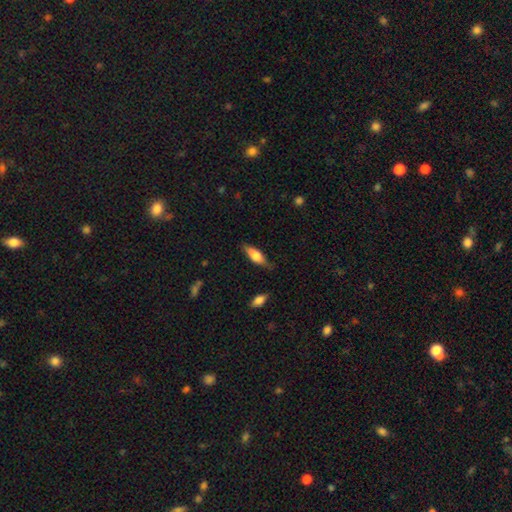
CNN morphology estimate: The model was most divided on "how rounded": in between: 62%, cigar-shaped: 35%, round: 2%. More confident: merging — none (73%); smooth or featured — smooth (67%).